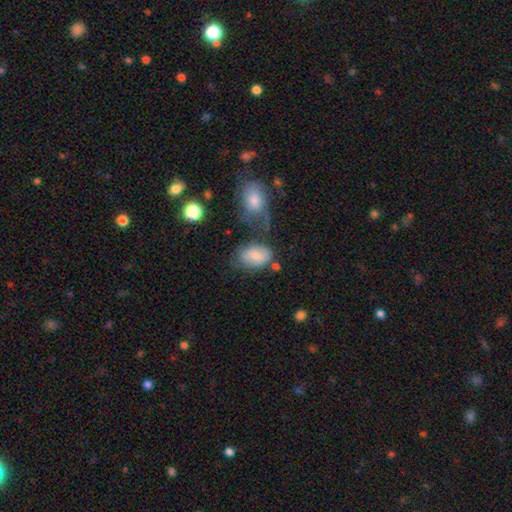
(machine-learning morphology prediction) This is likely a smooth galaxy (72%). How rounded: clearly in between (85%). Merging: possibly none (49%).